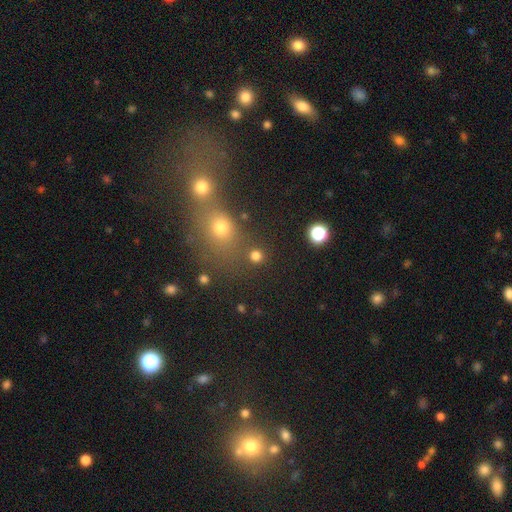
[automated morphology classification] The model was most divided on "smooth or featured": smooth: 79%, star or artifact: 16%, featured or disk: 5%. More confident: how rounded — round (89%); merging — none (80%).